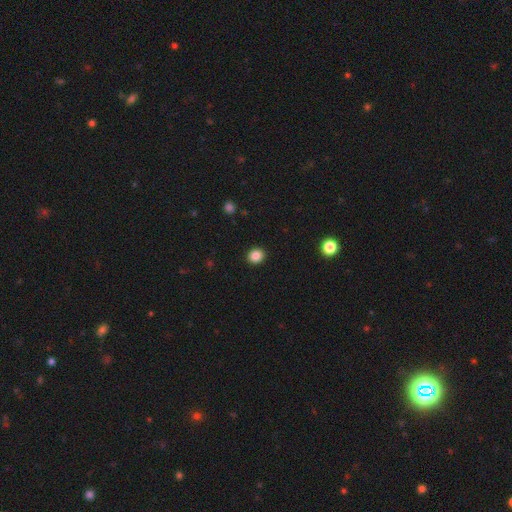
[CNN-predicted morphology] smooth_or_featured: smooth (p=0.86) [alt: star or artifact p=0.11]
how_rounded: round (p=0.79) [alt: in between p=0.20]
merging: none (p=0.92) [alt: minor disturbance p=0.05]